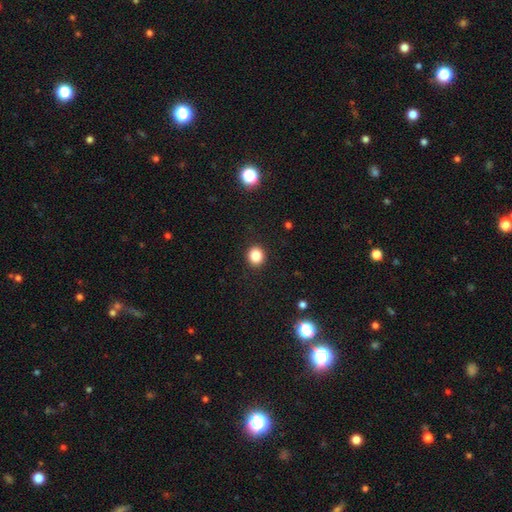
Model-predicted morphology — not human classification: smooth-or-featured: smooth: 85% | star or artifact: 11% | featured or disk: 4%
  how-rounded: round: 83% | in between: 16% | cigar-shaped: 1%
  merging: none: 92% | minor disturbance: 5% | major disturbance: 2% | merger: 1%